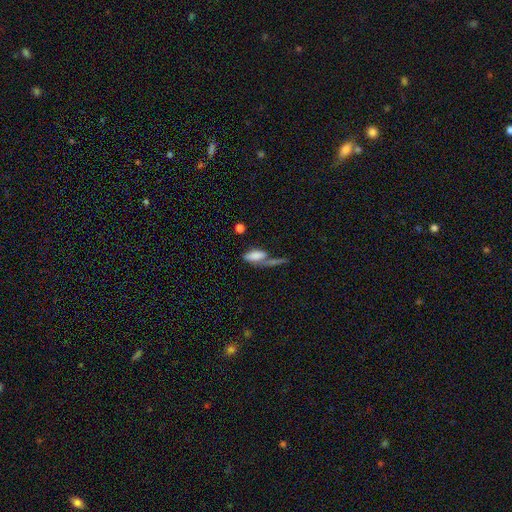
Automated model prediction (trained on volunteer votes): Morphology: type=smooth (72%); roundness=in between (76%); merging=merger (36%).